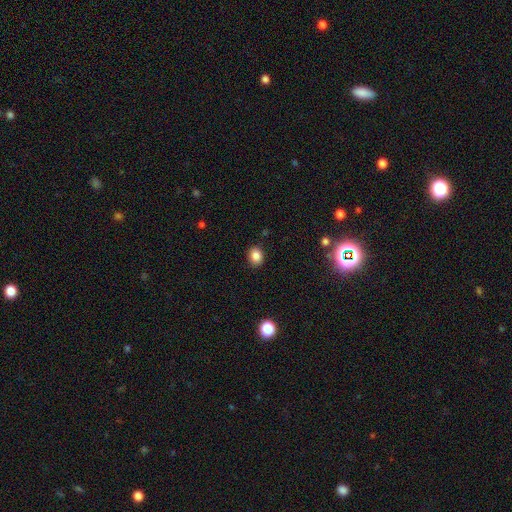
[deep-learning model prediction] Smooth or featured: smooth — 85% (star or artifact — 11%)
How rounded: round — 55% (in between — 44%)
Merging: none — 88% (minor disturbance — 9%)